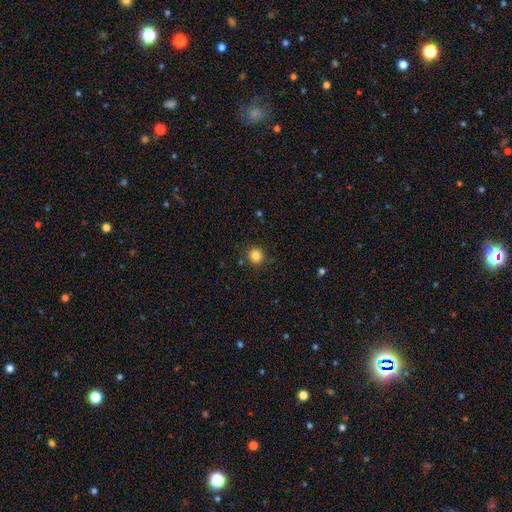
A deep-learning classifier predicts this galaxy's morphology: The model was most divided on "smooth or featured": smooth: 84%, star or artifact: 11%, featured or disk: 4%. More confident: merging — none (88%); how rounded — round (86%).